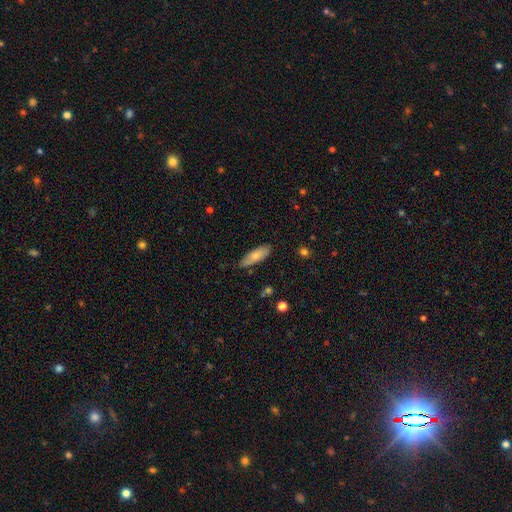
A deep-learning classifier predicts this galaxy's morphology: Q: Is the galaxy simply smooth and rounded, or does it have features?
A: smooth — 71%.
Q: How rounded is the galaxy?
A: in between — 62%.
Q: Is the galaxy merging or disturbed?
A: none — 77%.